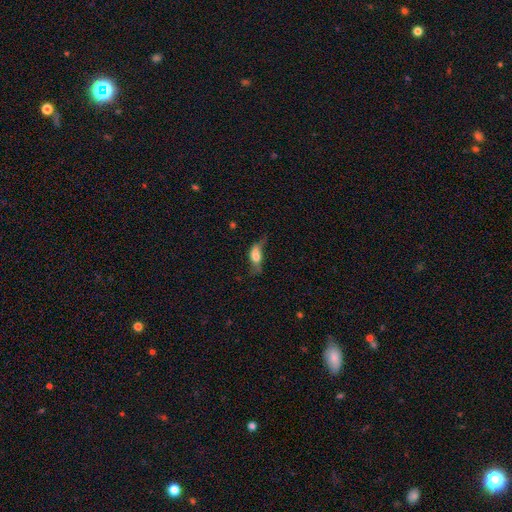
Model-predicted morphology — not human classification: Smooth or featured? Predicted: smooth (p=0.50). How rounded? Predicted: in between (p=0.72). Merging? Predicted: none (p=0.36).